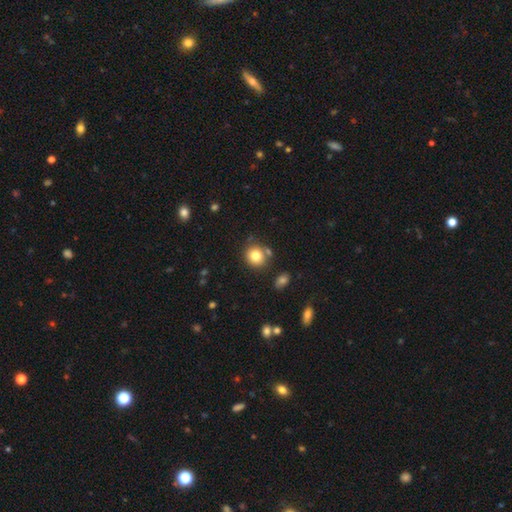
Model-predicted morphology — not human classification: Smooth or featured? Predicted: smooth (p=0.80). How rounded? Predicted: round (p=0.86). Merging? Predicted: none (p=0.75).